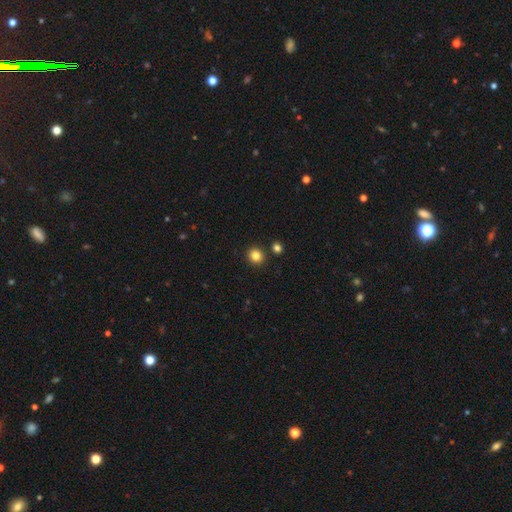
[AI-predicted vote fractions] smooth_or_featured: smooth (p=0.84) [alt: star or artifact p=0.11]
how_rounded: round (p=0.86) [alt: in between p=0.13]
merging: none (p=0.88) [alt: minor disturbance p=0.06]